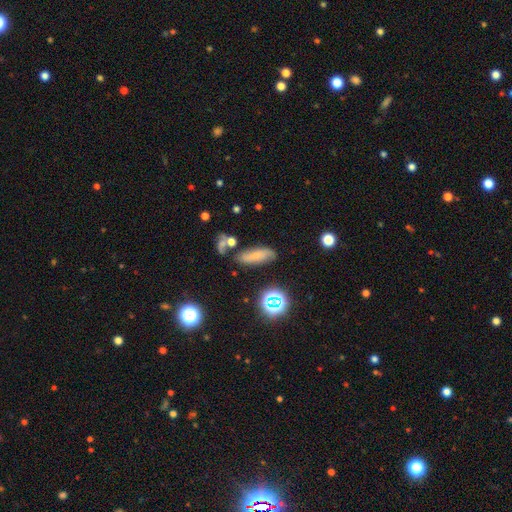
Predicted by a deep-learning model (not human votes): smooth 60%, featured or disk 24%, star or artifact 16%. Down the decision tree: how rounded — in between (55%); merging — none (68%).